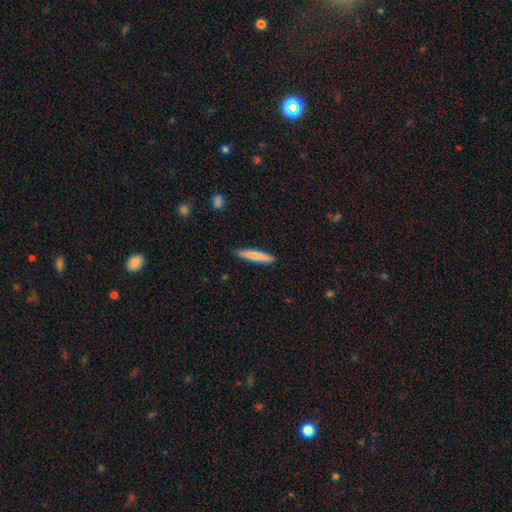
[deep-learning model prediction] This appears to be a smooth galaxy with no disk features (75%) that is cigar-shaped (94%). Merging: none (90%).